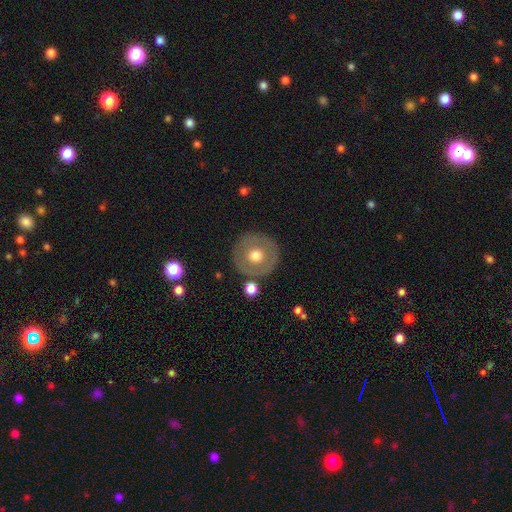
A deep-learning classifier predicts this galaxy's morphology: This is possibly a smooth galaxy (55%). How rounded: clearly round (94%). Merging: clearly none (85%).